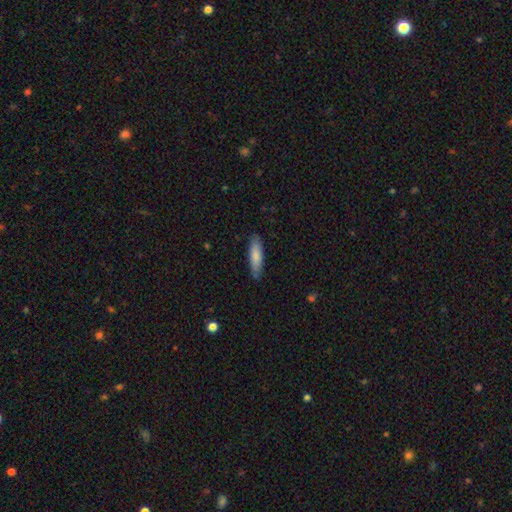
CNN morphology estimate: smooth 80%, featured or disk 14%, star or artifact 5%. Down the decision tree: how rounded — cigar-shaped (65%); merging — none (84%).